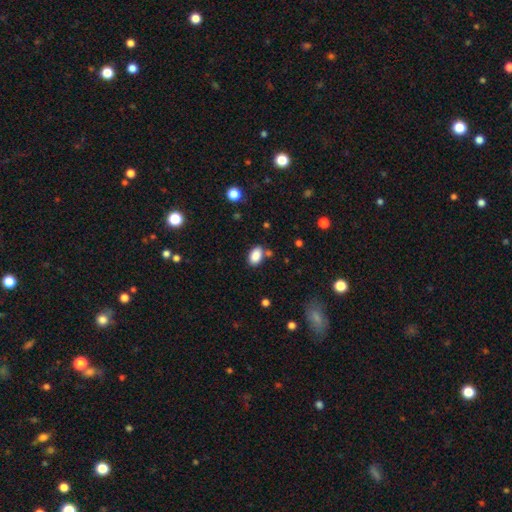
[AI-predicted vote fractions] smooth-or-featured: smooth: 88% | star or artifact: 8% | featured or disk: 4%
  how-rounded: in between: 90% | round: 8% | cigar-shaped: 2%
  merging: none: 76% | minor disturbance: 13% | merger: 7% | major disturbance: 3%